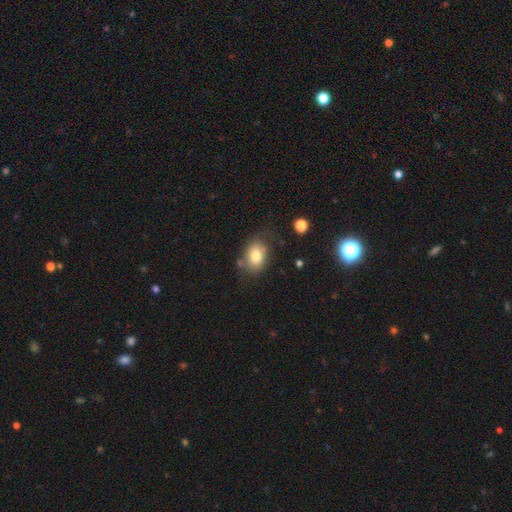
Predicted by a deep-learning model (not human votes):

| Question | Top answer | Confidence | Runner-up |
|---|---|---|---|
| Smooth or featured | smooth | 80% | featured or disk (11%) |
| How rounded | in between | 72% | round (27%) |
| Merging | none | 66% | minor disturbance (21%) |